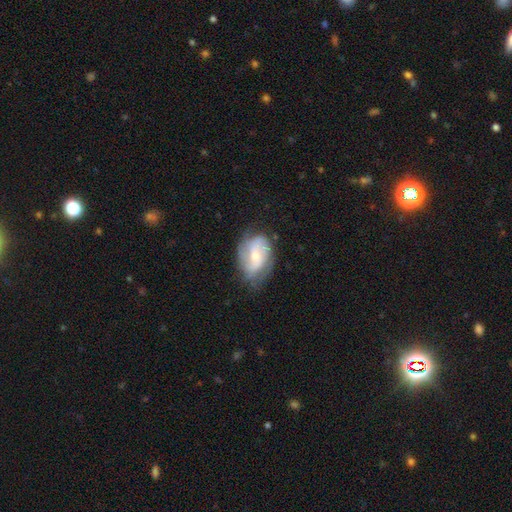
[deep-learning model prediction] Smooth or featured: featured or disk — 67% (smooth — 27%)
Edge-on disk: no — 96% (yes — 4%)
Bar: no — 47% (weak — 40%)
Spiral arms: yes — 84% (no — 16%)
Spiral winding: medium — 41% (tight — 33%)
Spiral arm count: 2 — 58% (can't tell — 24%)
Bulge size: moderate — 53% (small — 41%)
Merging: none — 62% (minor disturbance — 26%)